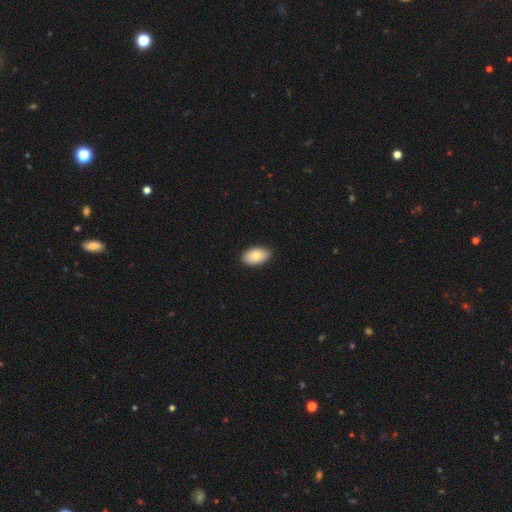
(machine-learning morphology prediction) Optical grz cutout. It shows a smooth galaxy with no disk features (82%) that is in between round and cigar-shaped (94%). Merging: none (89%).